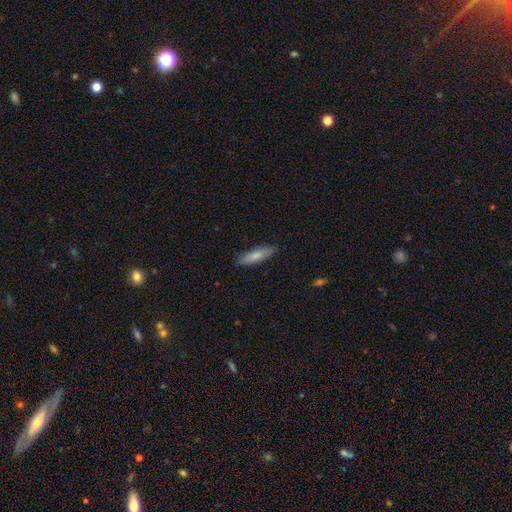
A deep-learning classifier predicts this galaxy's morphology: Smooth or featured?
  - smooth: 82% *
  - featured or disk: 12%
  - star or artifact: 6%
How rounded?
  - cigar-shaped: 58% *
  - in between: 40%
  - round: 1%
Merging?
  - none: 87% *
  - minor disturbance: 10%
  - major disturbance: 2%
  - merger: 1%